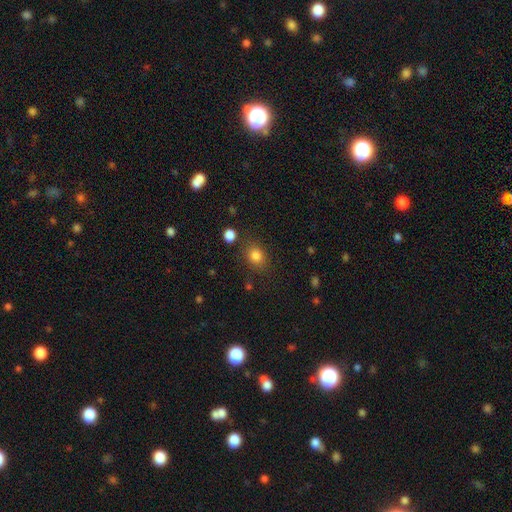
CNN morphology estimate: This is clearly a smooth galaxy (82%). How rounded: possibly round (55%). Merging: likely none (79%).